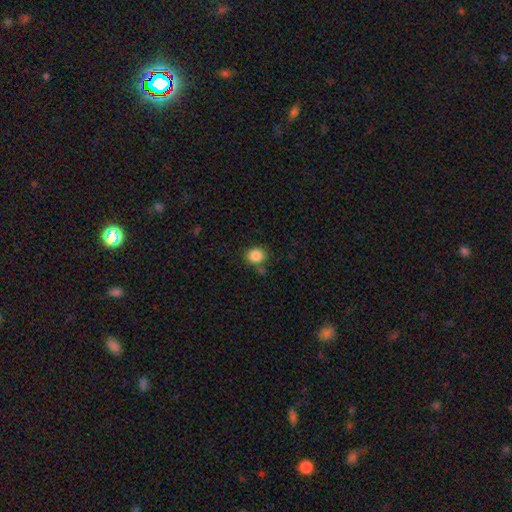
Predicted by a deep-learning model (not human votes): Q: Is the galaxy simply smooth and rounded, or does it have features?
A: smooth — 87%.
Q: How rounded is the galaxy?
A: round — 79%.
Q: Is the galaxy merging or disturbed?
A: none — 76%.